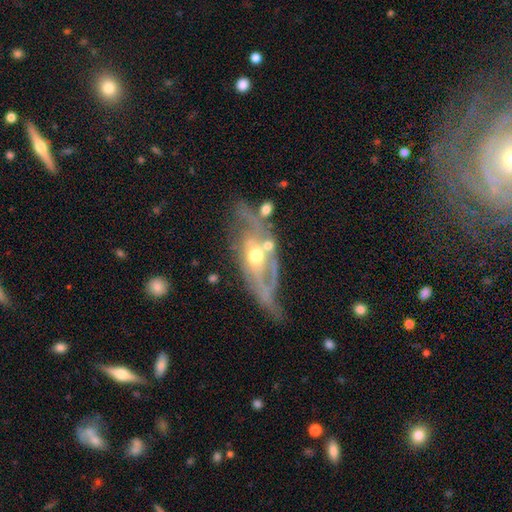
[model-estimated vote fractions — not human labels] This appears to be a featured or disk galaxy (85%) with no bar (66%), 2 (51%) tight (44%) spiral arms (86%) and a moderate central bulge (68%). Merging: none (54%).